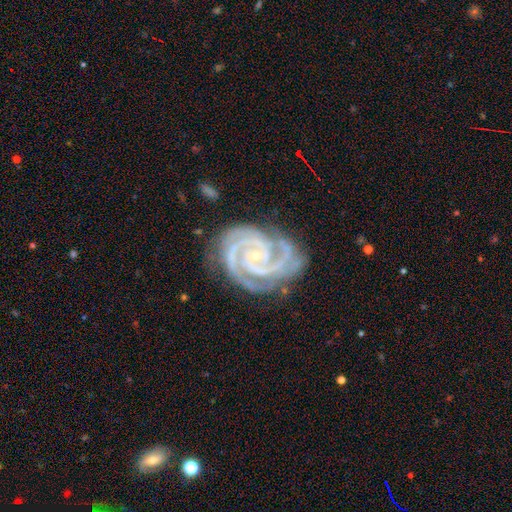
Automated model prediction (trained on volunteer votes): This is clearly a featured or disk galaxy (94%). It is clearly not viewed edge-on (98%). Bar: likely no (61%). Spiral arm pattern: clearly yes (99%). Spiral arm count: possibly 2 (46%). Spiral winding: likely tight (79%). Central bulge: clearly small (85%). Merging: likely none (74%).